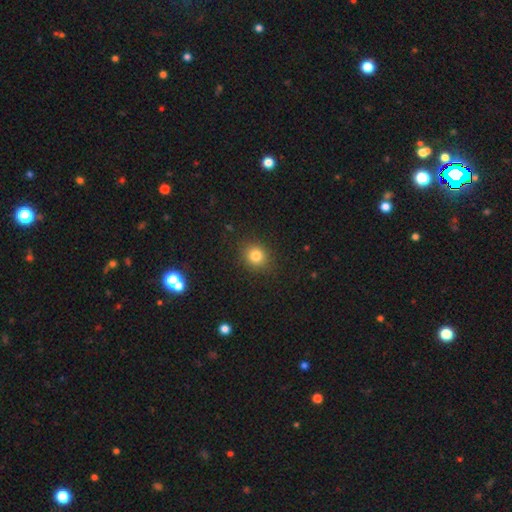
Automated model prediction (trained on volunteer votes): A smooth galaxy with no disk features (81%) that is round (82%).

Vote fractions:
- Smooth or featured? smooth: 81% / star or artifact: 13% / featured or disk: 6%
- How rounded? round: 82% / in between: 17% / cigar-shaped: 1%
- Merging? none: 89% / minor disturbance: 8% / major disturbance: 2% / merger: 1%